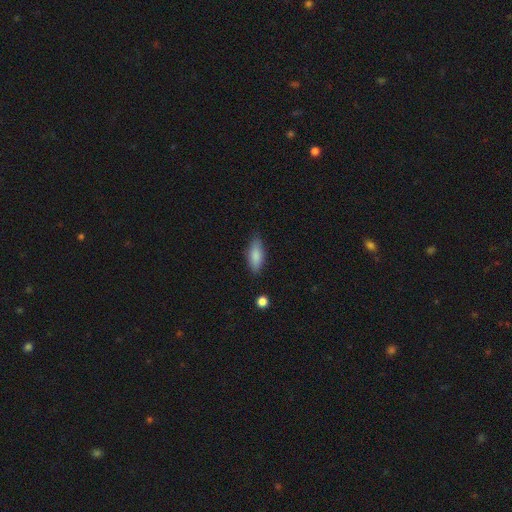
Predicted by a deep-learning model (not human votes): Morphology: type=smooth (82%); roundness=in between (68%); merging=none (80%).